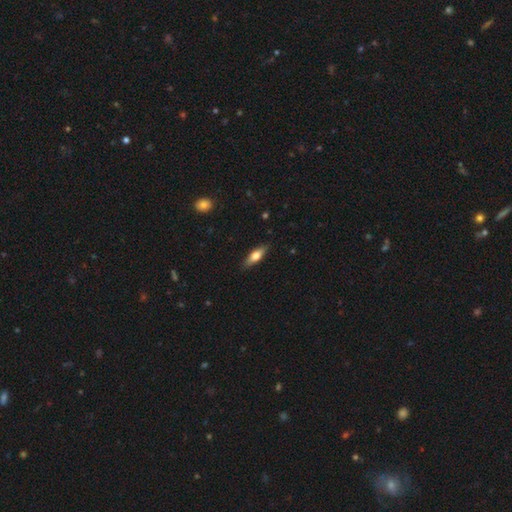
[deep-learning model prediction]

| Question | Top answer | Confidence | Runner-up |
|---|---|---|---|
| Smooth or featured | smooth | 60% | featured or disk (34%) |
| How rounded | in between | 49% | cigar-shaped (48%) |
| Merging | none | 86% | minor disturbance (10%) |